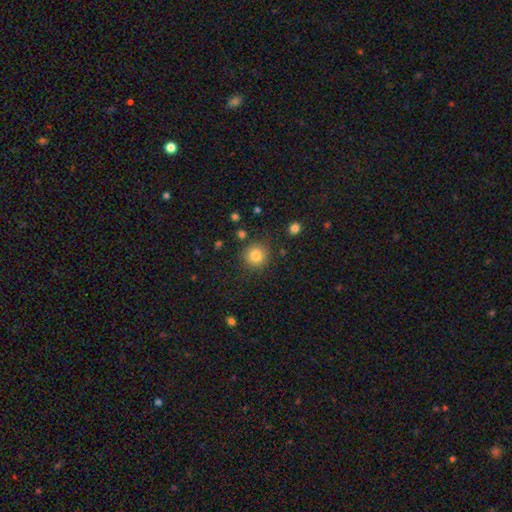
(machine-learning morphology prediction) Smooth or featured? smooth (83%)
How rounded? round (93%)
Merging? none (87%)